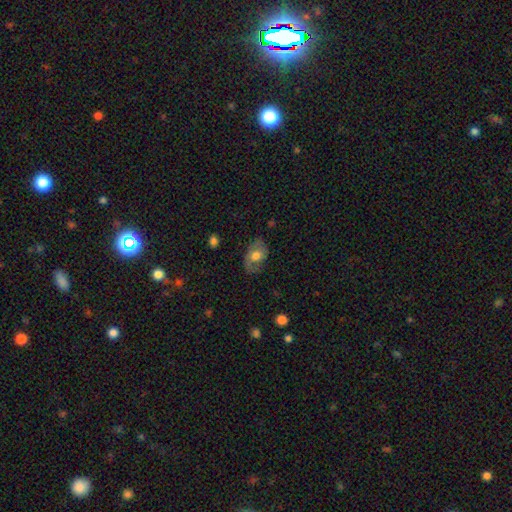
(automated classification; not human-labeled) Overall: smooth (50%; featured or disk 42%). How rounded: in between (84%). Merging: none (67%).